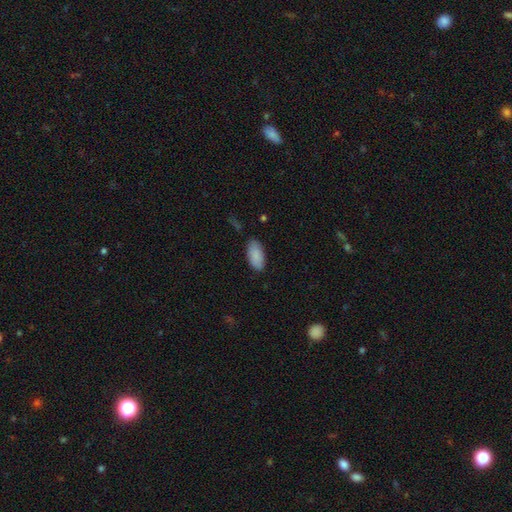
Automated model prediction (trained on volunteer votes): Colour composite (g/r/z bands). It shows a smooth galaxy with no disk features (89%) that is in between round and cigar-shaped (94%). Merging: none (82%).